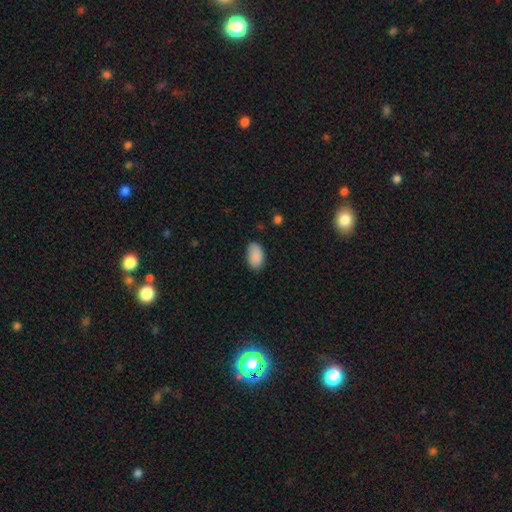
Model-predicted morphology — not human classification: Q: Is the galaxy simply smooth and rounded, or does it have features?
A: smooth — 89%.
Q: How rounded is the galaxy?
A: in between — 93%.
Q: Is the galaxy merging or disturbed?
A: none — 76%.